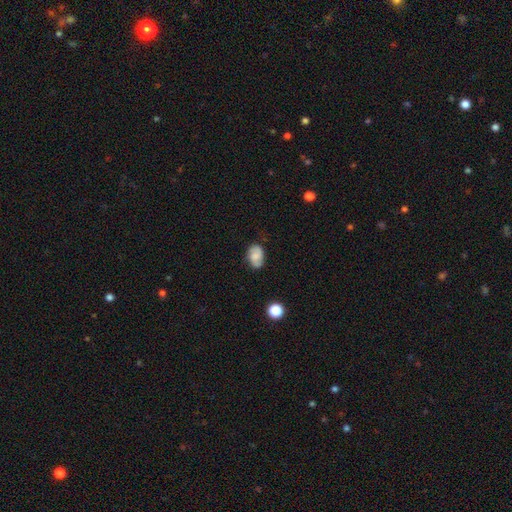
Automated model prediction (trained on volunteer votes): This appears to be a smooth galaxy with no disk features (56%) that is in between round and cigar-shaped (83%). Merging: none (70%).